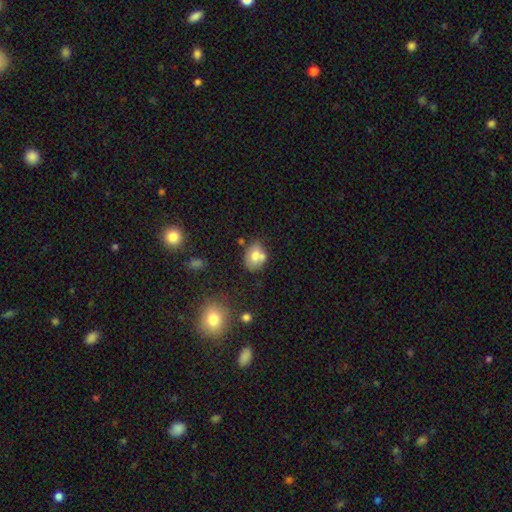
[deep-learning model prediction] Smooth or featured?
  - smooth: 71% *
  - featured or disk: 19%
  - star or artifact: 10%
How rounded?
  - in between: 53% *
  - round: 46%
  - cigar-shaped: 1%
Merging?
  - none: 48% *
  - merger: 28%
  - minor disturbance: 18%
  - major disturbance: 6%